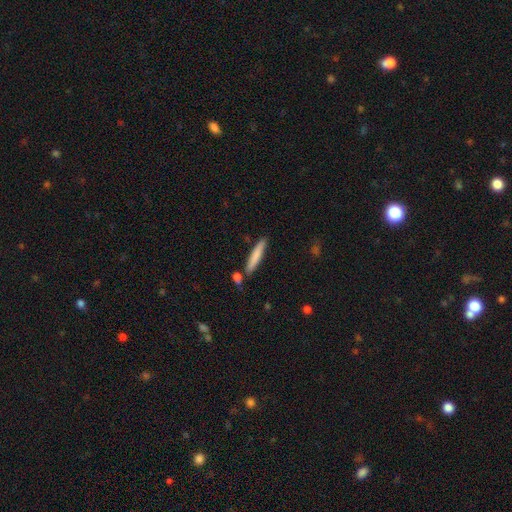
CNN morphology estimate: This appears to be a smooth galaxy with no disk features (76%) that is cigar-shaped (93%). Merging: none (82%).